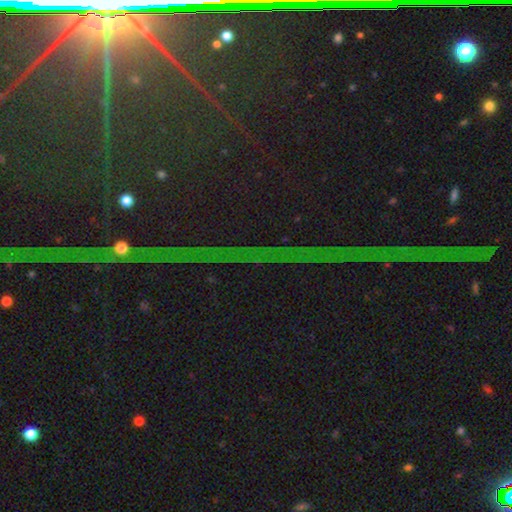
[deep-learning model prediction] This is clearly a star or artifact rather than a galaxy (86%).